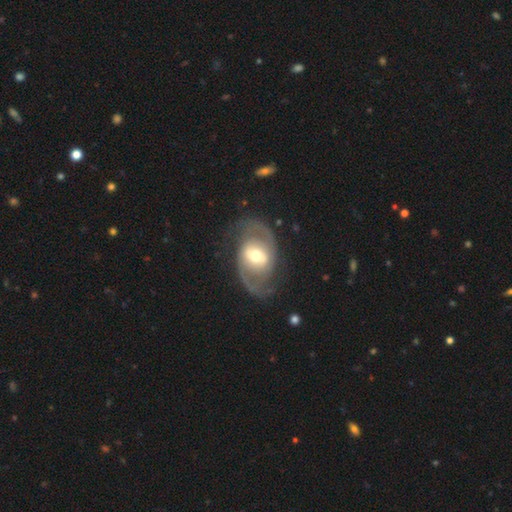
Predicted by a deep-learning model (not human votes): This is clearly a featured or disk galaxy (82%). It is clearly not viewed edge-on (96%). Bar: marginally weak (41%). Spiral arm pattern: clearly yes (88%). Spiral arm count: clearly 2 (89%). Spiral winding: possibly medium (48%). Central bulge: likely moderate (67%). Merging: likely none (74%).